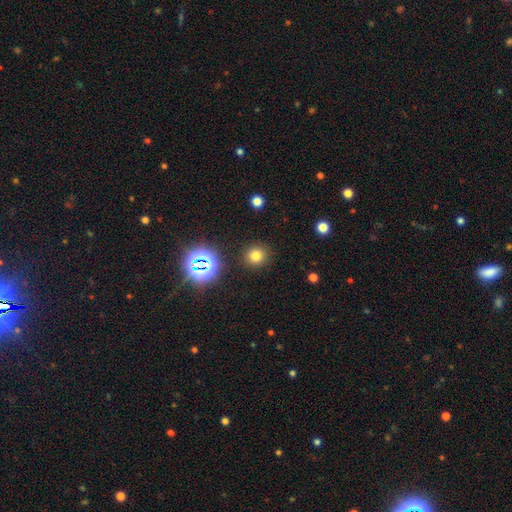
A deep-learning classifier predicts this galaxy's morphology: A smooth galaxy with no disk features (74%) that is round (90%). Merging: none (89%).